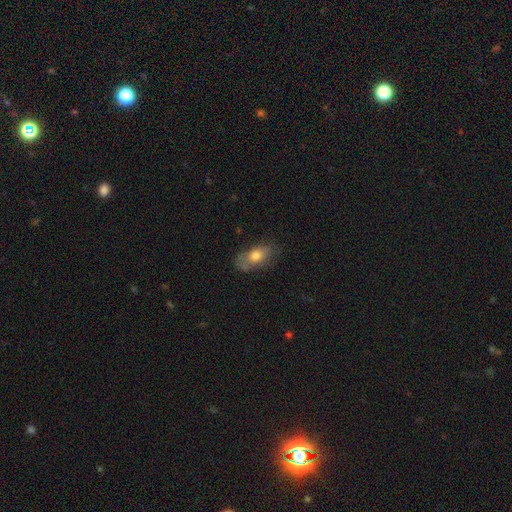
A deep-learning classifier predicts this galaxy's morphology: This appears to be a smooth galaxy with no disk features (67%) that is in between round and cigar-shaped (87%). Merging: none (61%).